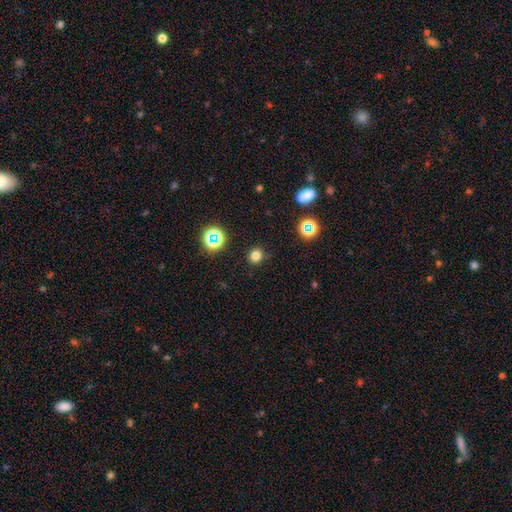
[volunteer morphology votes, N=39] Smooth or featured? smooth (82%)
How rounded? round (88%)
Merging? none (94%)